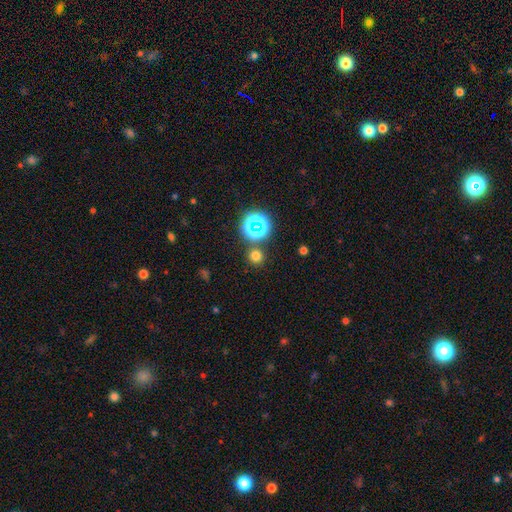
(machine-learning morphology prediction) smooth-or-featured: smooth: 69% | star or artifact: 25% | featured or disk: 6%
  how-rounded: round: 92% | in between: 7% | cigar-shaped: 1%
  merging: none: 83% | merger: 8% | minor disturbance: 6% | major disturbance: 3%